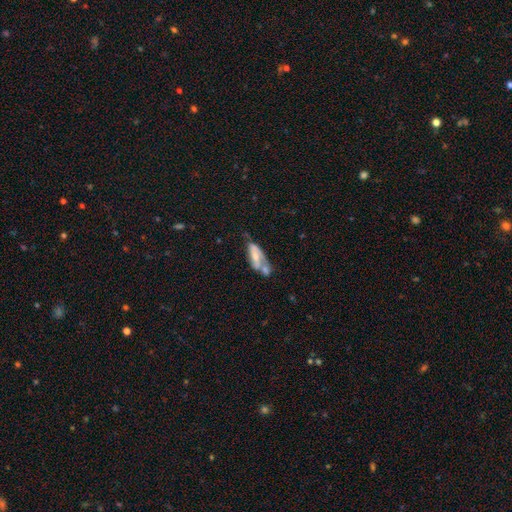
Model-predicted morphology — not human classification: type=featured or disk (48%); merging=merger (45%).